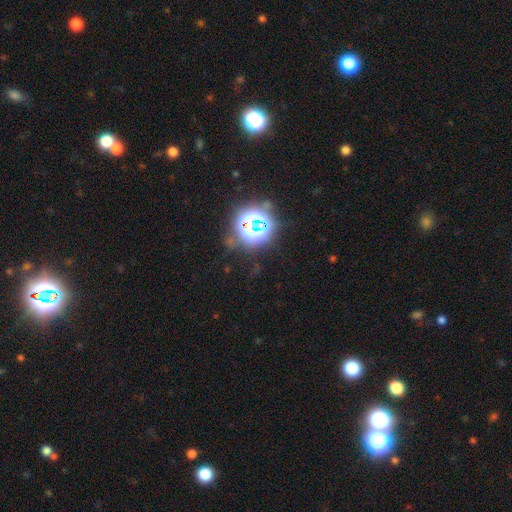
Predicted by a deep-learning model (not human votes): This appears to be a star or artifact, not a galaxy (81%).